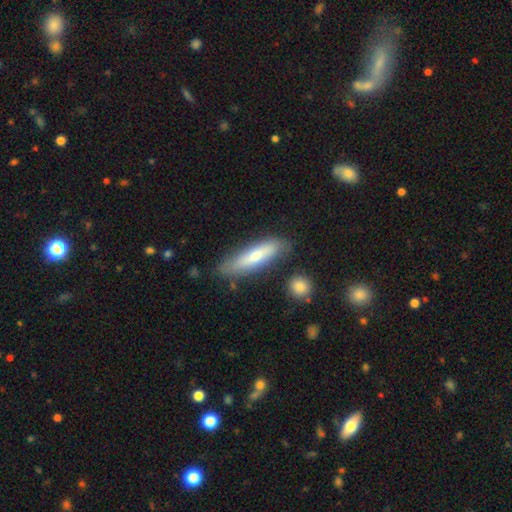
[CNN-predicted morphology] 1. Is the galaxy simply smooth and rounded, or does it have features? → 60% smooth, 34% featured or disk, 6% star or artifact.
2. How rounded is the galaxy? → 69% cigar-shaped, 30% in between, 2% round.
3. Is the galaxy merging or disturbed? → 78% none, 15% minor disturbance, 4% merger, 3% major disturbance.